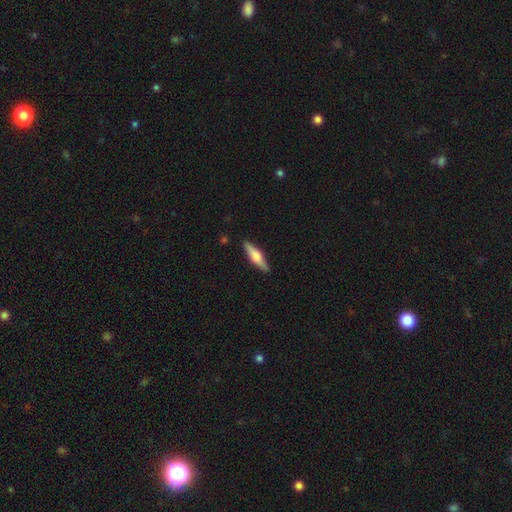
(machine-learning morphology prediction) A featured or disk galaxy (49%).

Vote fractions:
- Smooth or featured? featured or disk: 49% / smooth: 45% / star or artifact: 6%
- Merging? none: 89% / minor disturbance: 8% / major disturbance: 2% / merger: 1%